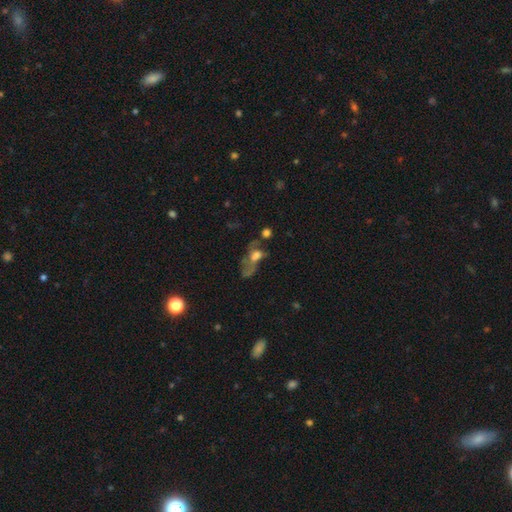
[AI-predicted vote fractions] A featured or disk galaxy (43%). Merging: major disturbance (40%).